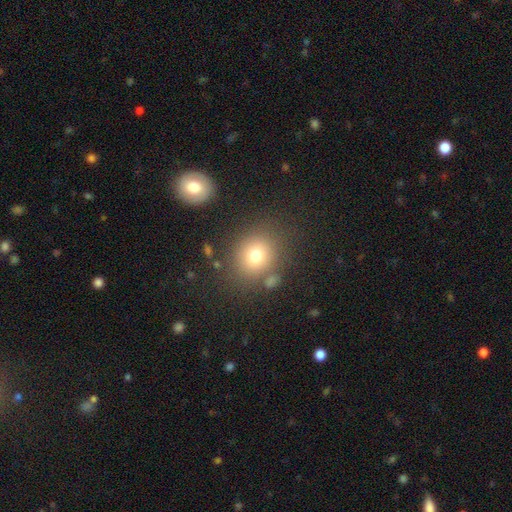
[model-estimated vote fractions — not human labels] Morphology: type=smooth (74%); roundness=round (70%); merging=none (76%).